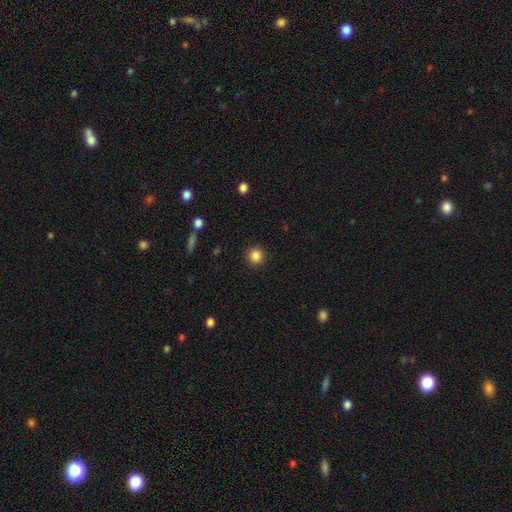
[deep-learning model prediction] Smooth or featured? smooth (85%)
How rounded? round (93%)
Merging? none (92%)